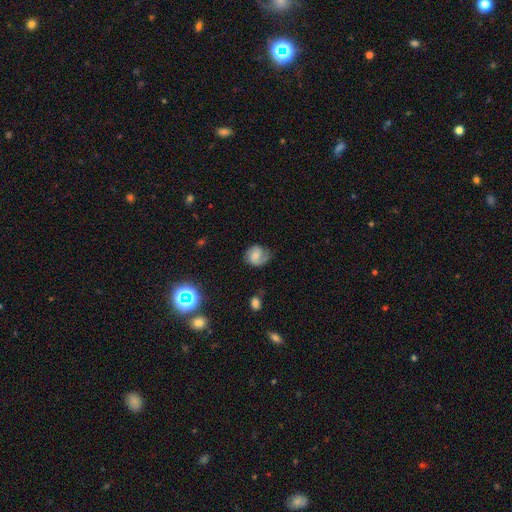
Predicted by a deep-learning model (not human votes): Smooth or featured? featured or disk (46%)
Merging? none (60%)